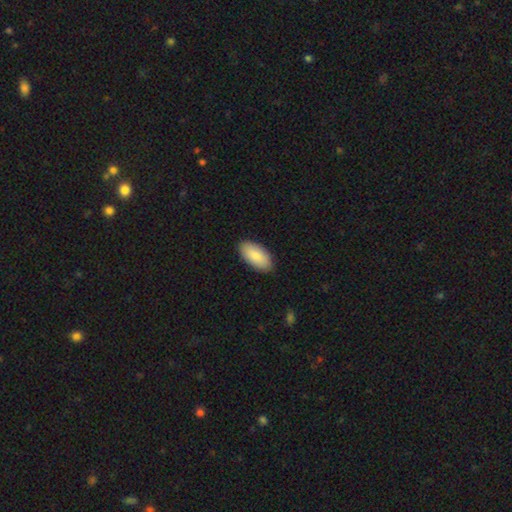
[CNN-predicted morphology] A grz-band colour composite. It shows a smooth galaxy with no disk features (85%) that is in between round and cigar-shaped (95%). Merging: none (88%).